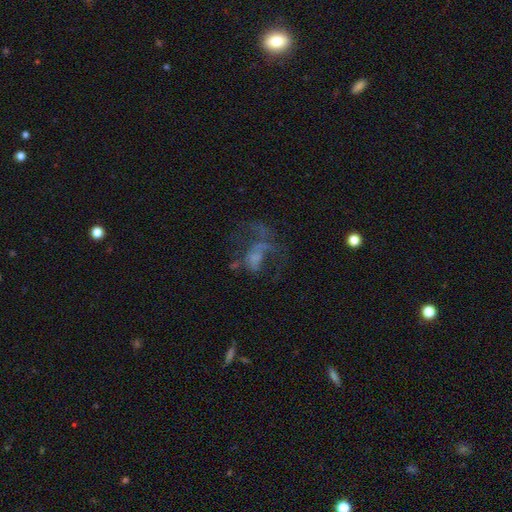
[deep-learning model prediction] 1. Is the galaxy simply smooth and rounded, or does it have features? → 52% featured or disk, 27% smooth, 22% star or artifact.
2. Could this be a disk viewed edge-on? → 97% no, 3% yes.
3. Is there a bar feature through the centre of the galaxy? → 83% no, 14% weak, 4% strong.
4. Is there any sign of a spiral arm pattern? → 72% no, 28% yes.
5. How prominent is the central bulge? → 67% none, 16% small, 11% moderate, 4% large, 2% dominant.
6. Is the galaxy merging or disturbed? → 50% major disturbance, 29% none, 12% minor disturbance, 8% merger.